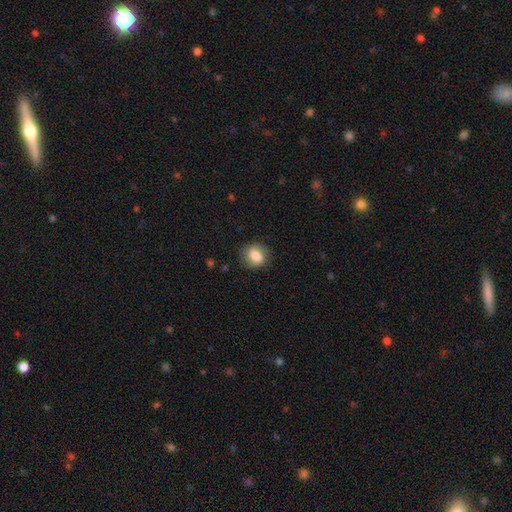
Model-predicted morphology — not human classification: A smooth galaxy with no disk features (77%) that is round (53%). Merging: none (81%).